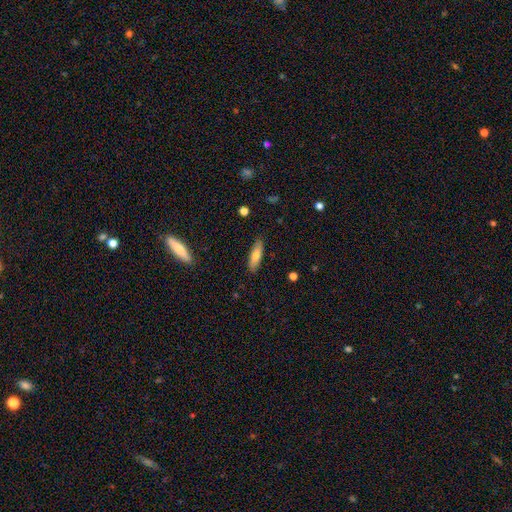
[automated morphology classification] A smooth galaxy with no disk features (73%) that is cigar-shaped (58%). Merging: none (87%).